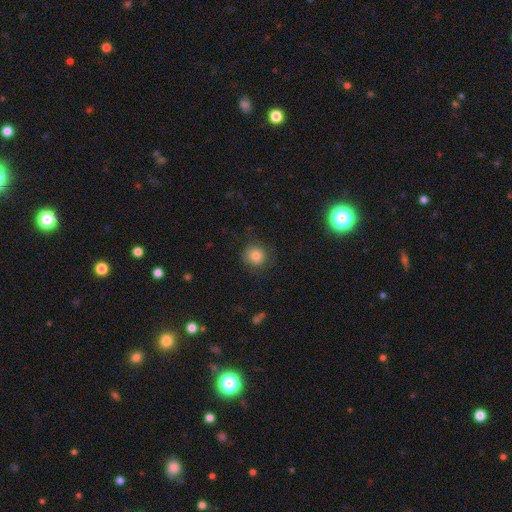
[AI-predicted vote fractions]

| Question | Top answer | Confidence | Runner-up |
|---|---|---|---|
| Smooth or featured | smooth | 81% | star or artifact (11%) |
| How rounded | round | 88% | in between (11%) |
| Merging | none | 76% | minor disturbance (16%) |